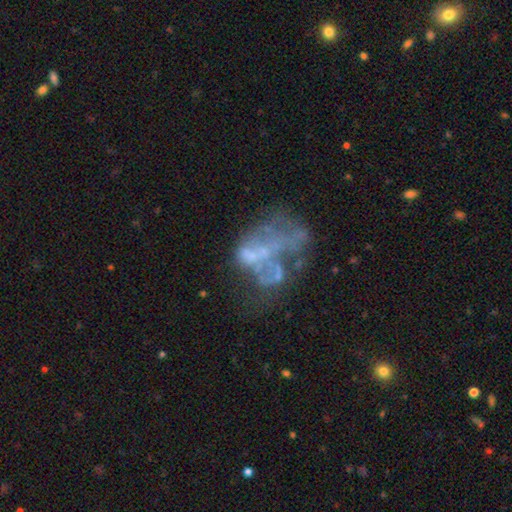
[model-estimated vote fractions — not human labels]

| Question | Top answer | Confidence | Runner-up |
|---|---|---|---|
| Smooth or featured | featured or disk | 66% | smooth (17%) |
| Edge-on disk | no | 98% | yes (2%) |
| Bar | no | 92% | weak (6%) |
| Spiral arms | no | 93% | yes (7%) |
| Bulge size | none | 75% | small (14%) |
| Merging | major disturbance | 38% | none (28%) |